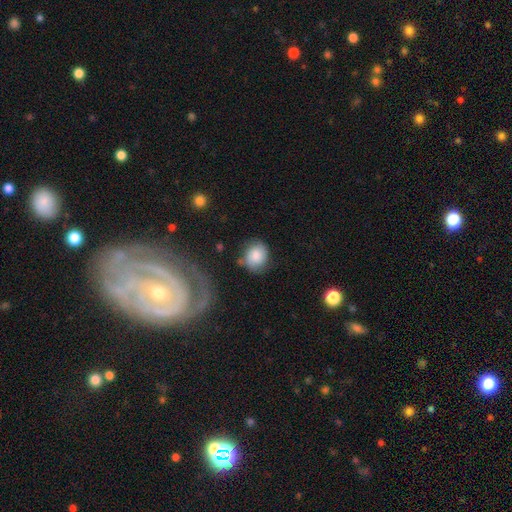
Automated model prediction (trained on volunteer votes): Smooth or featured? Predicted: smooth (p=0.79). How rounded? Predicted: round (p=0.71). Merging? Predicted: none (p=0.67).